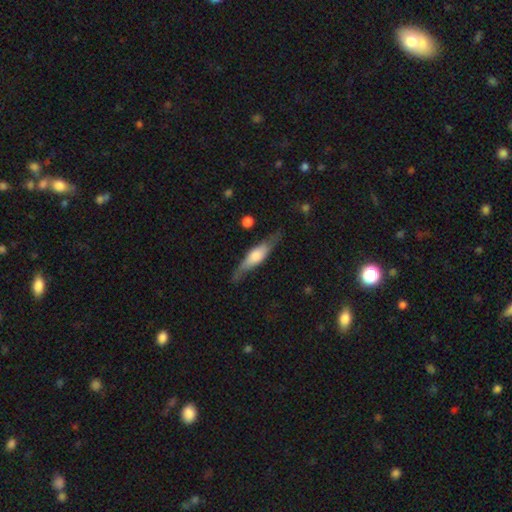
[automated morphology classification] A featured or disk galaxy (49%).

Vote fractions:
- Smooth or featured? featured or disk: 49% / smooth: 45% / star or artifact: 6%
- Merging? none: 76% / minor disturbance: 18% / major disturbance: 5% / merger: 2%